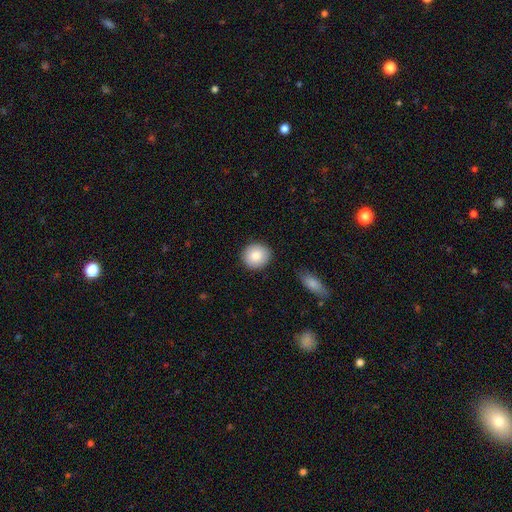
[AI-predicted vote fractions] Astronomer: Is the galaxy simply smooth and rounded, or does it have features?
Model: smooth — 86%.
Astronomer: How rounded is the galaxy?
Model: round — 90%.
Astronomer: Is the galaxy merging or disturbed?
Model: none — 89%.